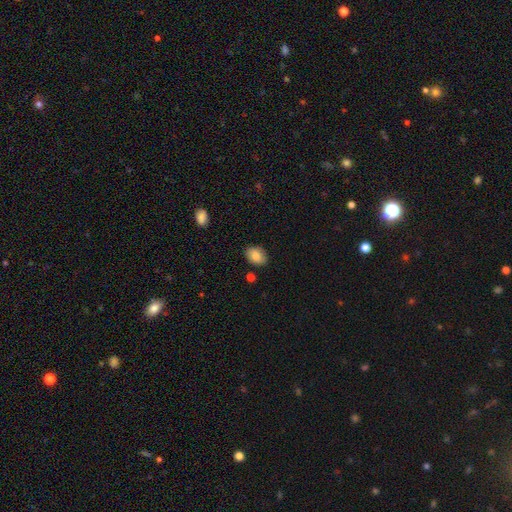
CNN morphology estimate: smooth_or_featured: smooth (p=0.82) [alt: featured or disk p=0.10]
how_rounded: in between (p=0.72) [alt: round p=0.27]
merging: none (p=0.85) [alt: minor disturbance p=0.11]